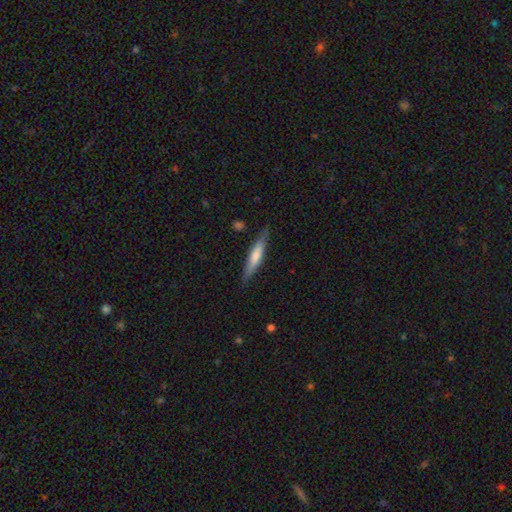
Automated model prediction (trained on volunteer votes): Smooth or featured? smooth (59%)
How rounded? cigar-shaped (89%)
Merging? none (84%)